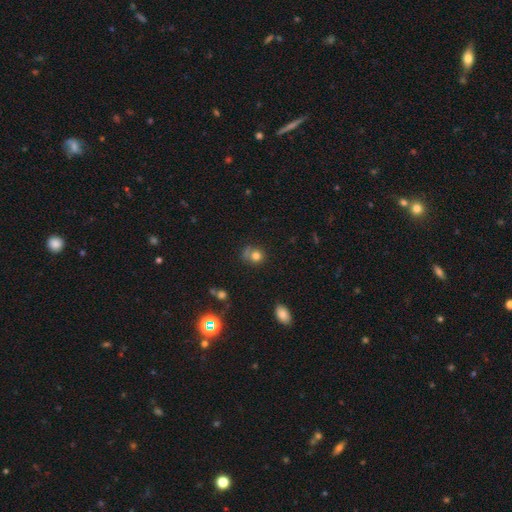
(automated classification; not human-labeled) This appears to be a smooth galaxy with no disk features (77%) that is round (77%). Merging: none (55%).